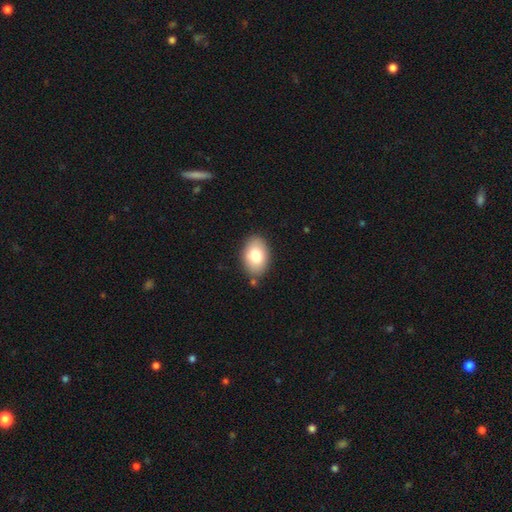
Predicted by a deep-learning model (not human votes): A smooth galaxy with no disk features (78%) that is in between round and cigar-shaped (86%). Merging: none (83%).